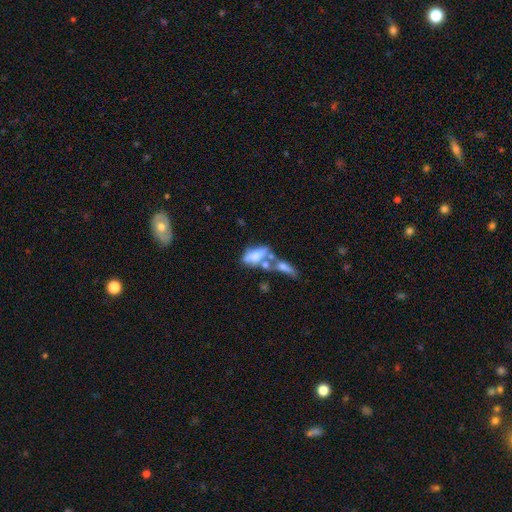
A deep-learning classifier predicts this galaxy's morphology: Smooth or featured? smooth (56%)
How rounded? in between (81%)
Merging? merger (49%)